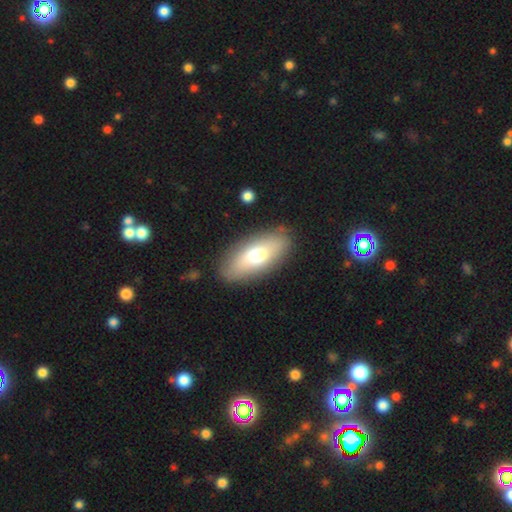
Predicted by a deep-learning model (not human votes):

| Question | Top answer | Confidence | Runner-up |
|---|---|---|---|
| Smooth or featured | smooth | 68% | featured or disk (25%) |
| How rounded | in between | 85% | cigar-shaped (13%) |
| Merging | none | 85% | minor disturbance (10%) |